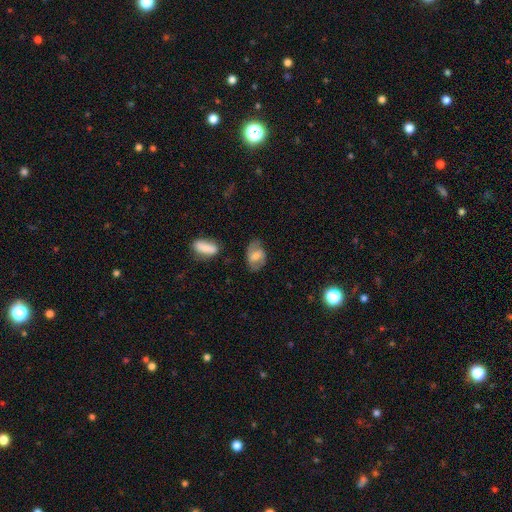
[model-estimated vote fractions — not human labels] A smooth galaxy with no disk features (49%). Merging: none (69%).